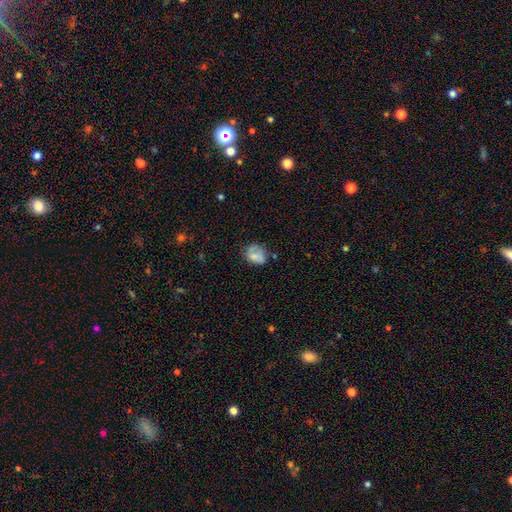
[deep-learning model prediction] The model was most divided on "how rounded": in between: 54%, round: 45%, cigar-shaped: 1%. More confident: smooth or featured — smooth (66%); merging — none (51%).